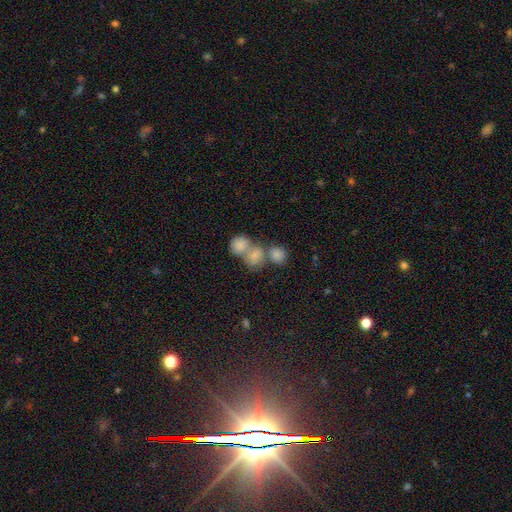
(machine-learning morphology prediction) smooth 76%, featured or disk 14%, star or artifact 10%. Down the decision tree: how rounded — round (58%); merging — merger (62%).